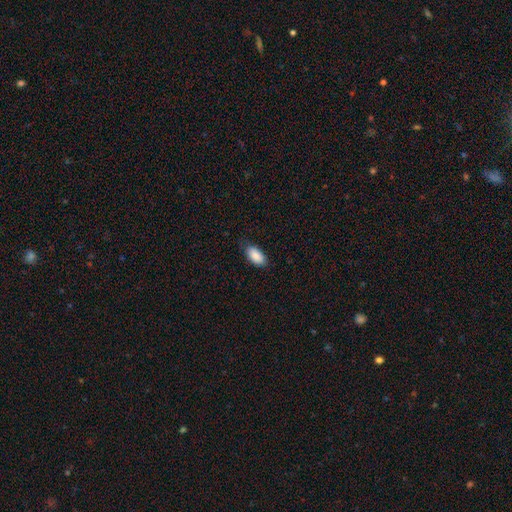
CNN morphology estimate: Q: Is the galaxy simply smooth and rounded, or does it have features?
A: smooth — 88%.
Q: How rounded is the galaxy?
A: in between — 93%.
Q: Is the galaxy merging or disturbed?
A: none — 77%.